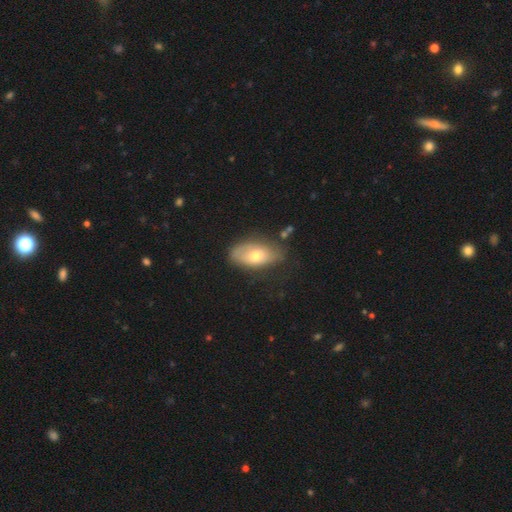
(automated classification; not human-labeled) Smooth or featured? smooth (60%)
How rounded? in between (90%)
Merging? none (65%)